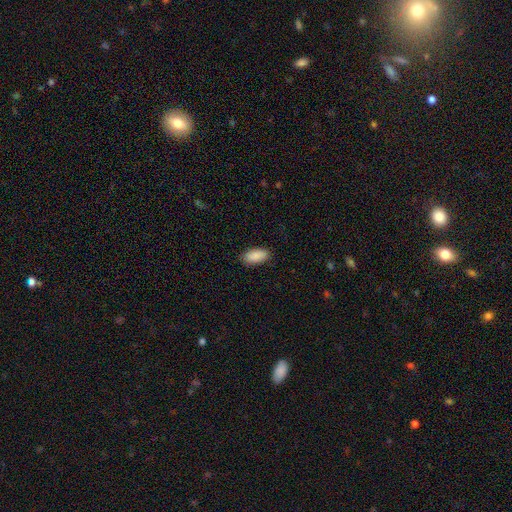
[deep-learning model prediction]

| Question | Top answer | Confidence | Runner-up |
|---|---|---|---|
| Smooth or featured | smooth | 90% | star or artifact (6%) |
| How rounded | in between | 90% | cigar-shaped (8%) |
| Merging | none | 87% | minor disturbance (10%) |